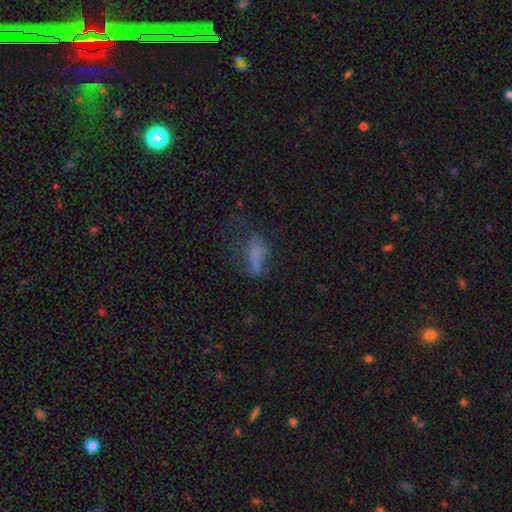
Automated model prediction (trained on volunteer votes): Smooth or featured: smooth — 56% (featured or disk — 25%)
How rounded: in between — 68% (cigar-shaped — 26%)
Merging: major disturbance — 42% (none — 30%)